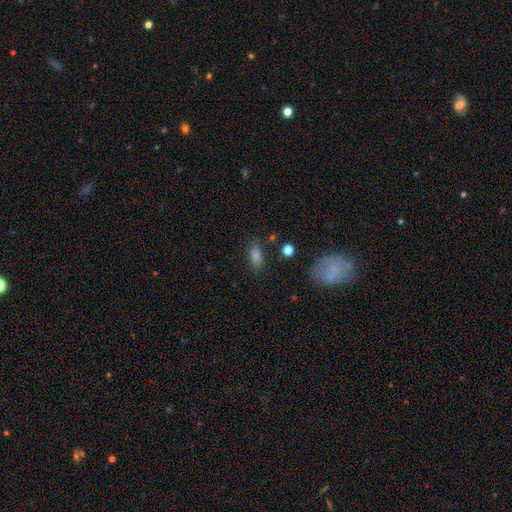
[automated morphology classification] A smooth galaxy with no disk features (79%) that is in between round and cigar-shaped (87%).

Vote fractions:
- Smooth or featured? smooth: 79% / star or artifact: 12% / featured or disk: 8%
- How rounded? in between: 87% / round: 7% / cigar-shaped: 6%
- Merging? none: 79% / minor disturbance: 14% / major disturbance: 4% / merger: 3%